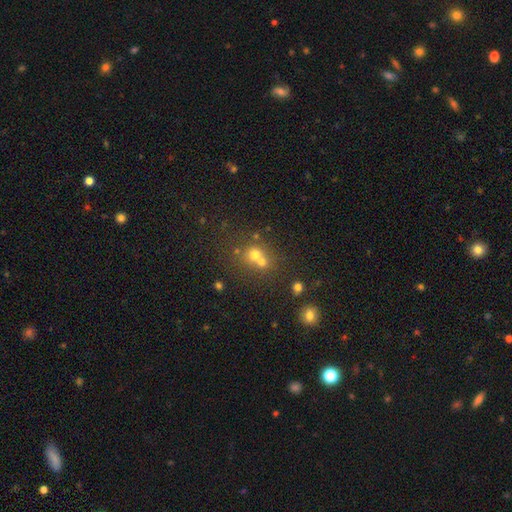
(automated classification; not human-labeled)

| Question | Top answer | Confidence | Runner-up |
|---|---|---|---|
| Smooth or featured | smooth | 61% | star or artifact (23%) |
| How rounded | round | 81% | in between (18%) |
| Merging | merger | 48% | none (42%) |